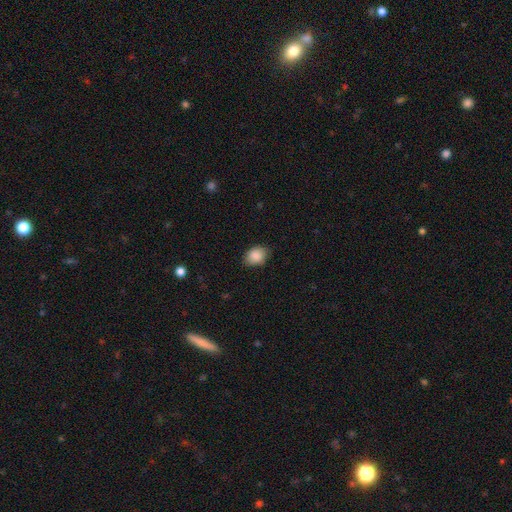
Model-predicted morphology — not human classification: smooth_or_featured: smooth (p=0.89) [alt: star or artifact p=0.07]
how_rounded: in between (p=0.70) [alt: round p=0.29]
merging: none (p=0.81) [alt: minor disturbance p=0.15]